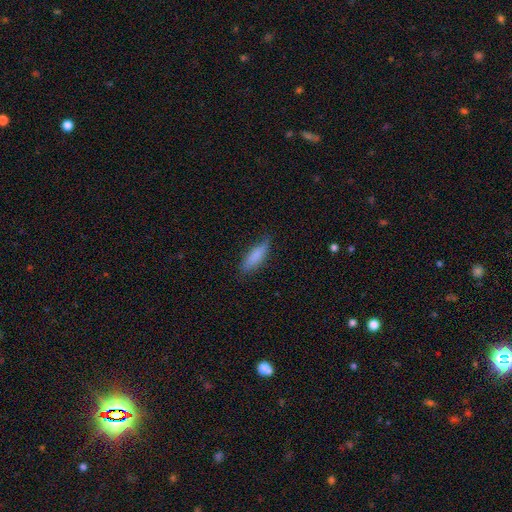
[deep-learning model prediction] smooth-or-featured: smooth: 81% | featured or disk: 13% | star or artifact: 6%
  how-rounded: cigar-shaped: 58% | in between: 40% | round: 2%
  merging: none: 76% | minor disturbance: 19% | major disturbance: 4% | merger: 1%